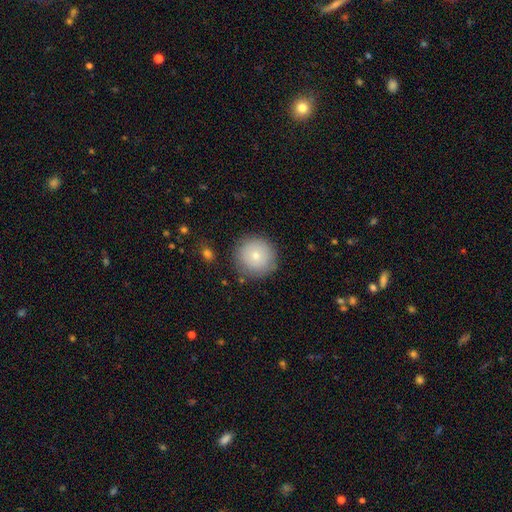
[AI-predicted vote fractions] A smooth galaxy with no disk features (78%) that is round (95%). Merging: none (84%).